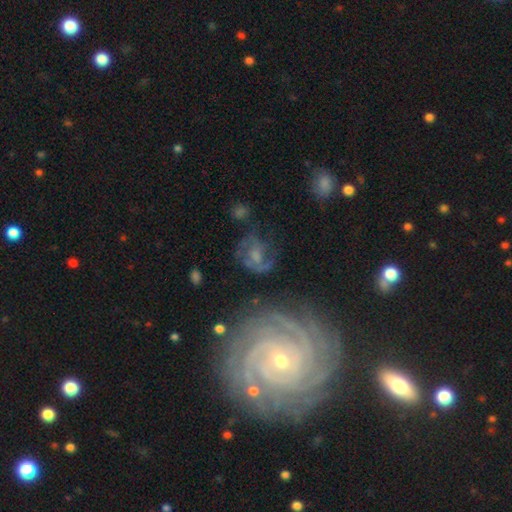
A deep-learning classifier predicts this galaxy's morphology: Smooth or featured?
  - featured or disk: 66% *
  - smooth: 21%
  - star or artifact: 14%
Edge-on disk?
  - no: 97% *
  - yes: 3%
Bar?
  - no: 54% *
  - weak: 36%
  - strong: 10%
Spiral arms?
  - yes: 86% *
  - no: 14%
Spiral winding?
  - medium: 48% *
  - tight: 32%
  - loose: 20%
Spiral arm count?
  - 2: 52% *
  - can't tell: 22%
  - 1: 10%
  - 3: 10%
  - 4: 3%
  - more than 4: 3%
Bulge size?
  - moderate: 35% *
  - small: 33%
  - none: 22%
  - large: 8%
  - dominant: 2%
Merging?
  - none: 52% *
  - major disturbance: 22%
  - minor disturbance: 19%
  - merger: 7%